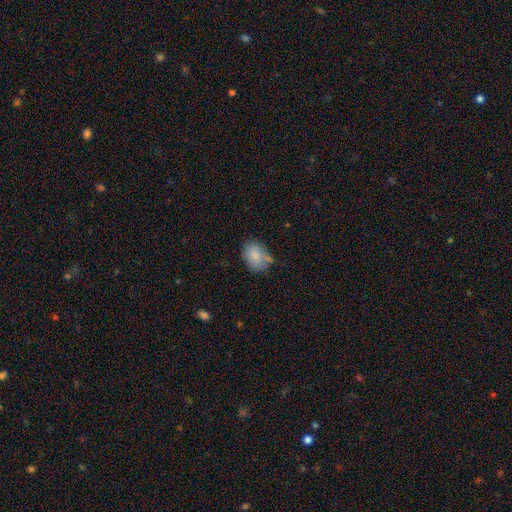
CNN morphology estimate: This is clearly a smooth galaxy (81%). How rounded: likely in between (66%). Merging: possibly none (56%).